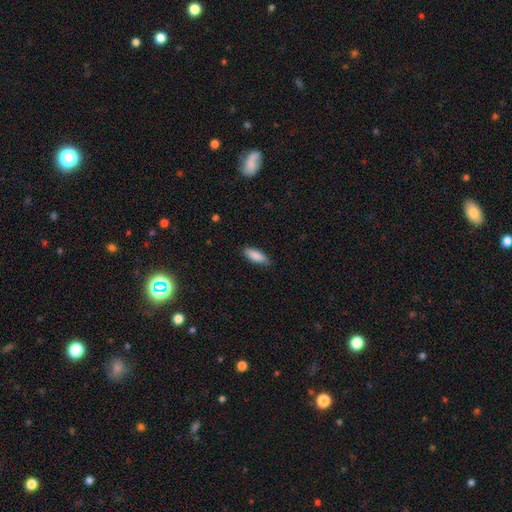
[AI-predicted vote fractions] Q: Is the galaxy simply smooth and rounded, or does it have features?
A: smooth — 88%.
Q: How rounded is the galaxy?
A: in between — 70%.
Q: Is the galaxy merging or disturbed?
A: none — 83%.